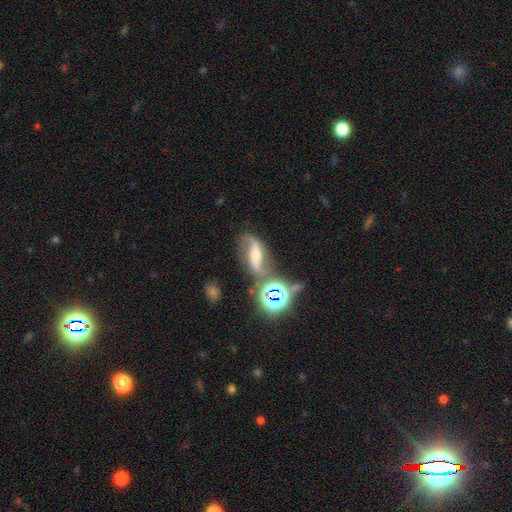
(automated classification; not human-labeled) This is likely a featured or disk galaxy (69%). It is clearly not viewed edge-on (88%). Bar: marginally strong (43%). Spiral arm pattern: clearly yes (90%). Spiral arm count: clearly 2 (89%). Spiral winding: likely loose (72%). Central bulge: possibly moderate (50%). Merging: likely none (61%).